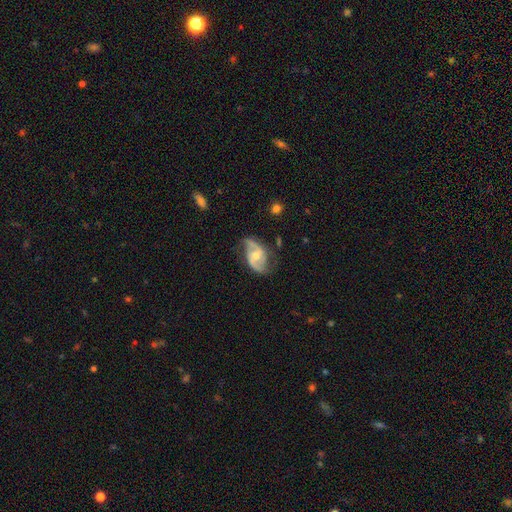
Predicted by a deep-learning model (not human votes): featured or disk 85%, smooth 10%, star or artifact 5%. Down the decision tree: edge-on disk — no (97%); bar — no (47%); spiral arms — yes (95%); spiral arm count — 2 (90%); spiral winding — medium (48%); bulge size — moderate (55%); merging — none (67%).